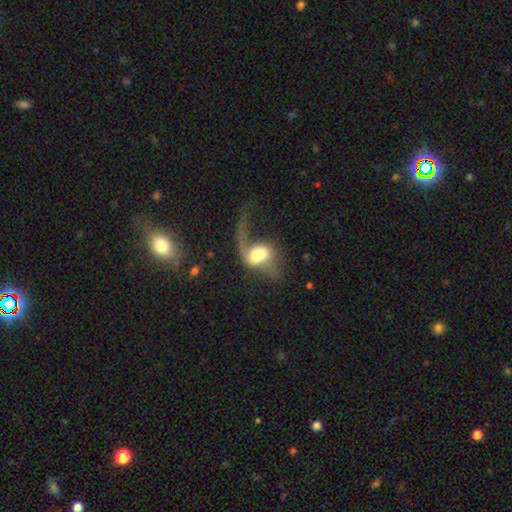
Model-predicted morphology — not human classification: A featured or disk galaxy (46%). Merging: merger (49%).